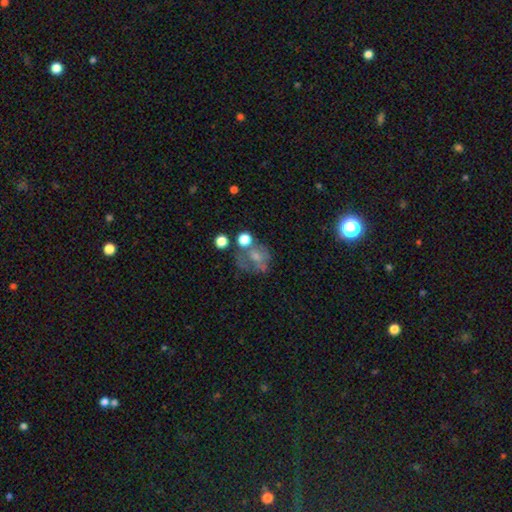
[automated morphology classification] Smooth or featured: featured or disk — 39% (smooth — 37%)
Merging: none — 40% (major disturbance — 24%)